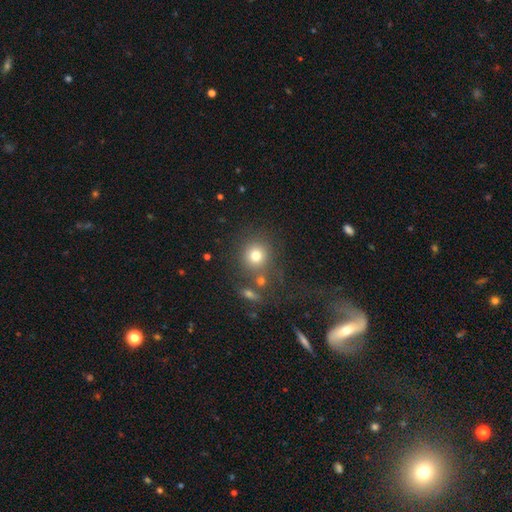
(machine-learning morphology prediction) smooth_or_featured: smooth (p=0.75) [alt: star or artifact p=0.14]
how_rounded: round (p=0.89) [alt: in between p=0.10]
merging: none (p=0.70) [alt: merger p=0.13]